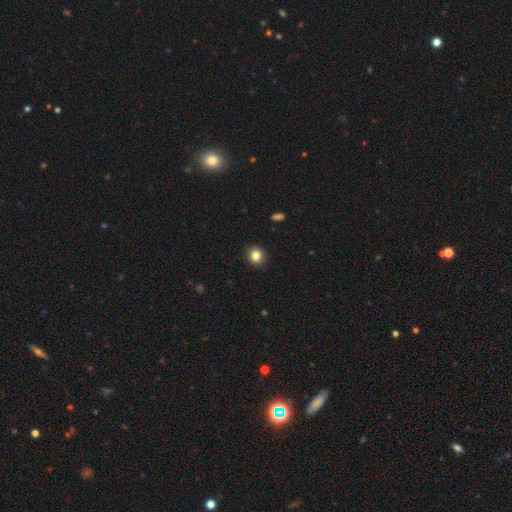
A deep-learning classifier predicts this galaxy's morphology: Smooth or featured: smooth — 83% (star or artifact — 11%)
How rounded: round — 81% (in between — 18%)
Merging: none — 91% (minor disturbance — 6%)